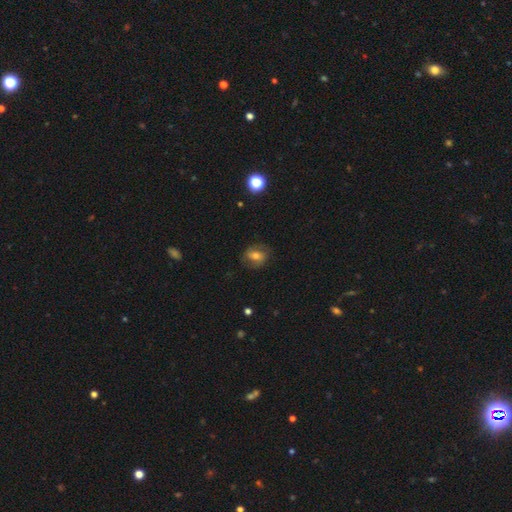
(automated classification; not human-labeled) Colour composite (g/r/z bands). It shows a smooth galaxy with no disk features (52%) that is in between round and cigar-shaped (54%). Merging: none (75%).